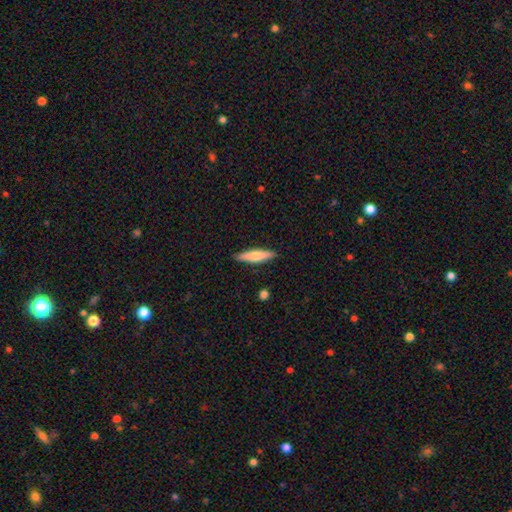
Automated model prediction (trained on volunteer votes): Morphology: type=smooth (63%); roundness=cigar-shaped (83%); merging=none (90%).